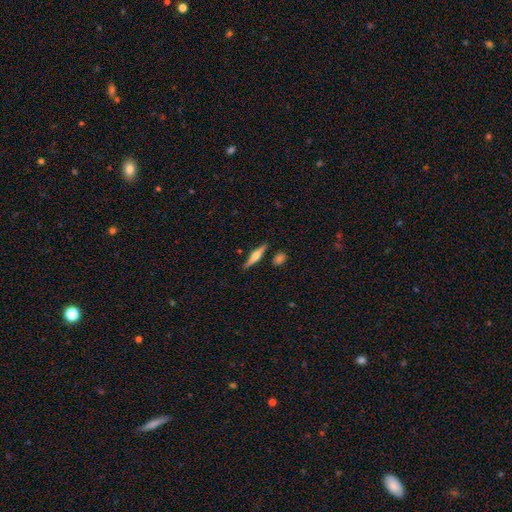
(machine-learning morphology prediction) The model was most divided on "smooth or featured": featured or disk: 61%, smooth: 33%, star or artifact: 6%. More confident: edge-on disk — yes (97%); edge-on bulge — rounded (89%); merging — none (85%).